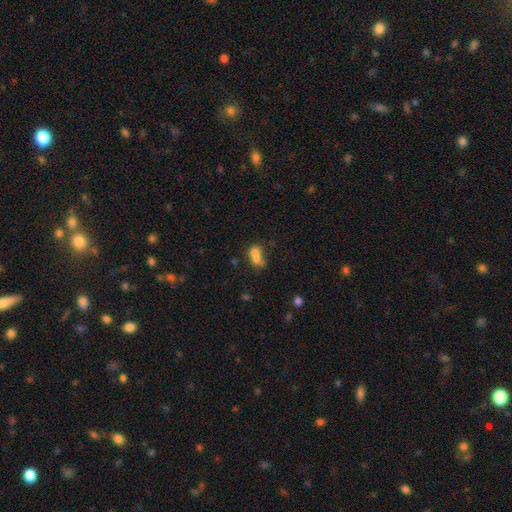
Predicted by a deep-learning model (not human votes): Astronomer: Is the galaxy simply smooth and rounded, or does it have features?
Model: smooth — 67%.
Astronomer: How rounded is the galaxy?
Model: in between — 64%.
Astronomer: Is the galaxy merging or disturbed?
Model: merger — 58%.